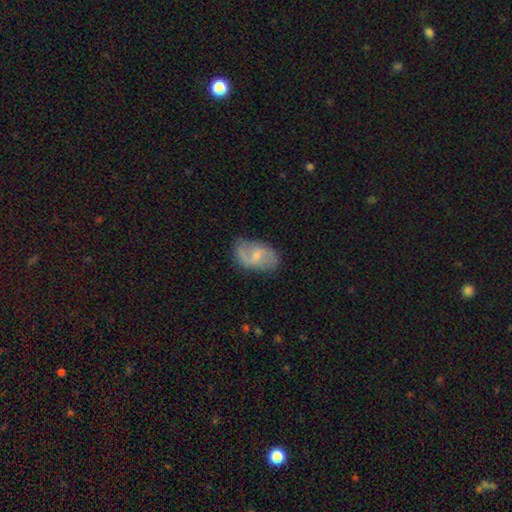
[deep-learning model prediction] Overall: featured or disk (60%; smooth 33%). Edge-on disk: no (96%). Bar: weak (58%; no 27%). Spiral arms: yes (84%). Bulge size: small (50%; moderate 32%). Merging: none (69%).